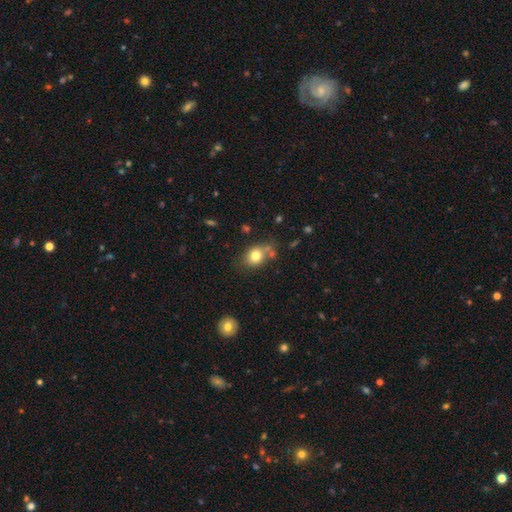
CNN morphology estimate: Overall: smooth (79%). How rounded: round (55%; in between 44%). Merging: none (62%).